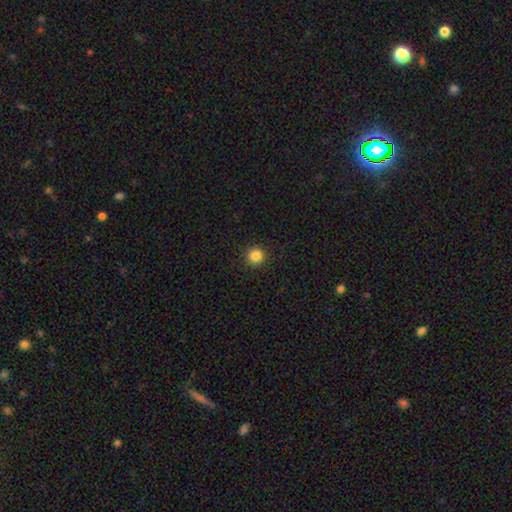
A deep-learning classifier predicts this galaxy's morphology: Smooth or featured? Predicted: smooth (p=0.85). How rounded? Predicted: round (p=0.95). Merging? Predicted: none (p=0.92).